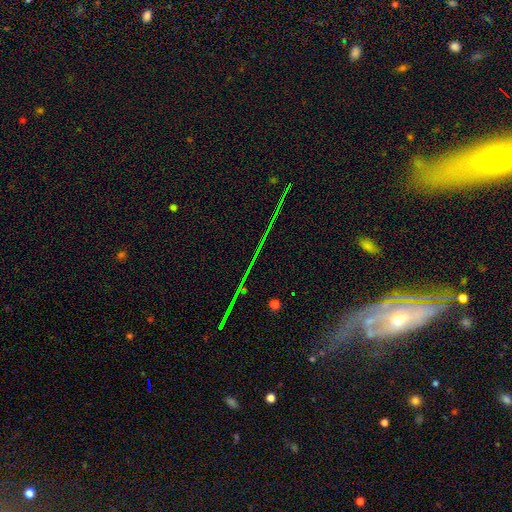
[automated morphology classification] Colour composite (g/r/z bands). It shows a star or artifact, not a galaxy (79%).